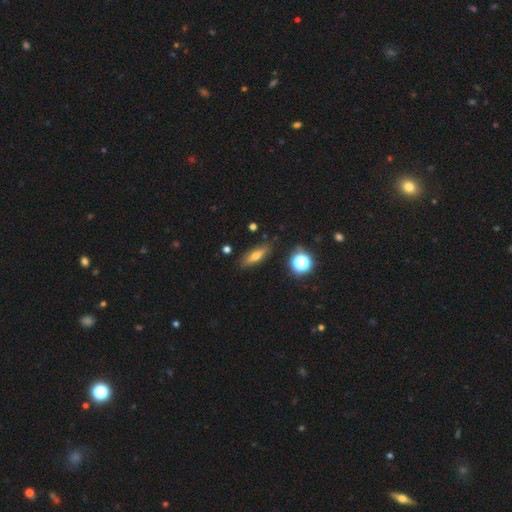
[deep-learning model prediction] Morphology: type=smooth (53%); roundness=cigar-shaped (54%); merging=none (84%).